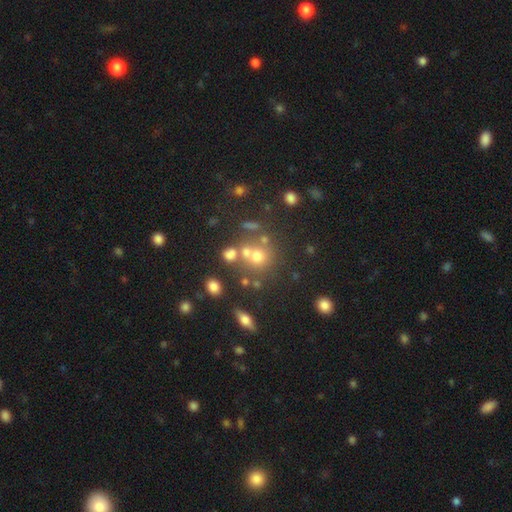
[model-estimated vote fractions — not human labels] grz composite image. It shows a smooth galaxy with no disk features (44%). Merging: none (55%).